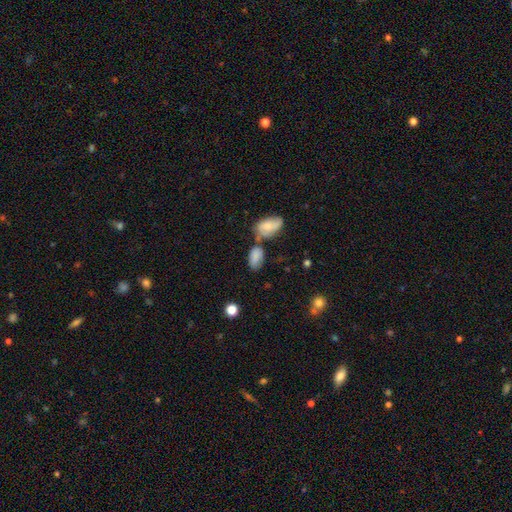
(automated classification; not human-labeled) Smooth or featured?
  - smooth: 80% *
  - featured or disk: 12%
  - star or artifact: 8%
How rounded?
  - in between: 92% *
  - round: 6%
  - cigar-shaped: 2%
Merging?
  - none: 48% *
  - merger: 25%
  - minor disturbance: 20%
  - major disturbance: 7%